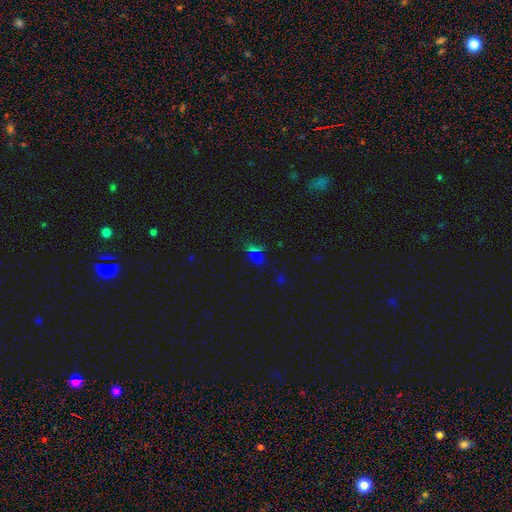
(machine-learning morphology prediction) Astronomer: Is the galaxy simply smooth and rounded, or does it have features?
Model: star or artifact — 48% (runner-up: smooth, 44%).